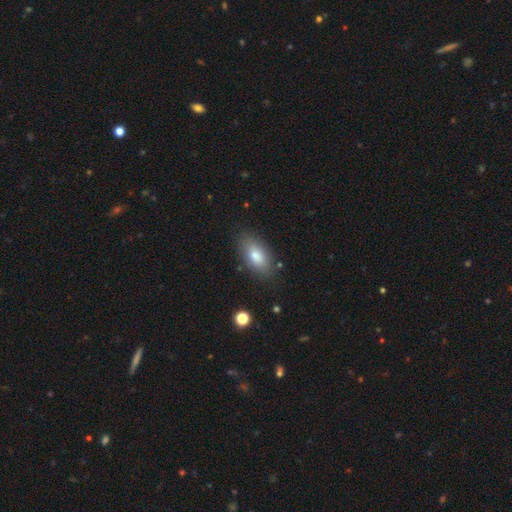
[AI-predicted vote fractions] This is likely a smooth galaxy (79%). How rounded: clearly in between (90%). Merging: clearly none (83%).